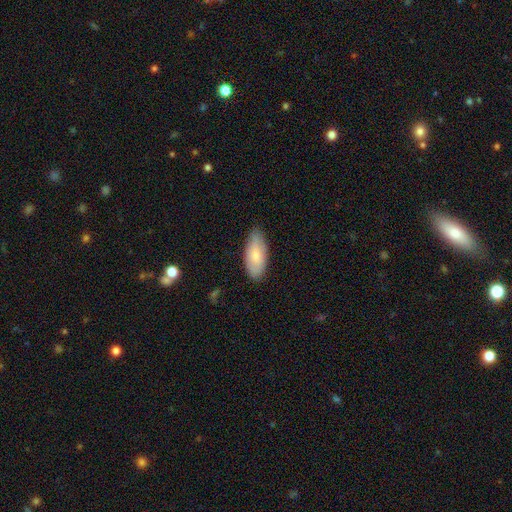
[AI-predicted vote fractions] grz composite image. It shows a smooth galaxy with no disk features (77%) that is in between round and cigar-shaped (88%). Merging: none (79%).